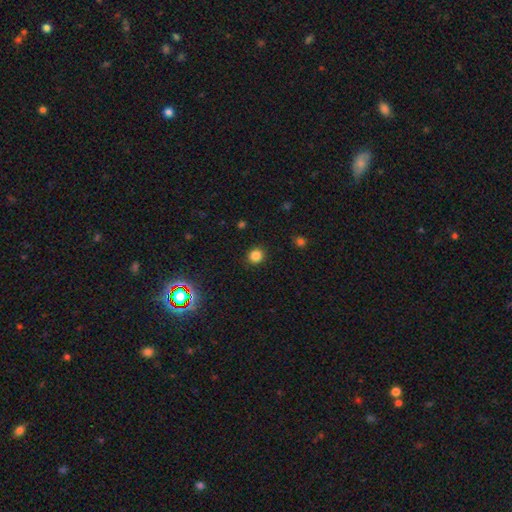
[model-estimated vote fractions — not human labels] This appears to be a smooth galaxy with no disk features (84%) that is round (87%). Merging: none (91%).